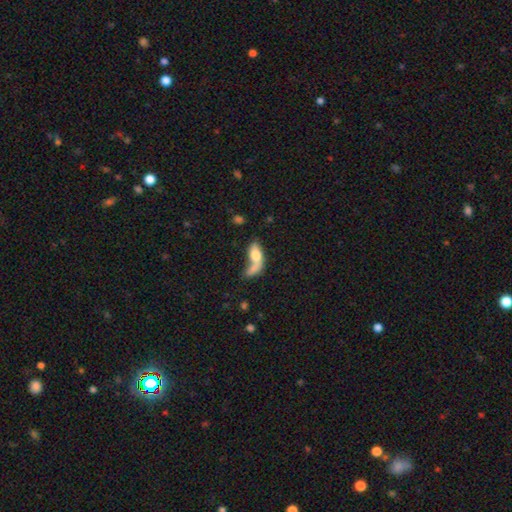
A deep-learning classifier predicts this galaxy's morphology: Smooth or featured? Predicted: smooth (p=0.63). How rounded? Predicted: in between (p=0.74). Merging? Predicted: merger (p=0.44).